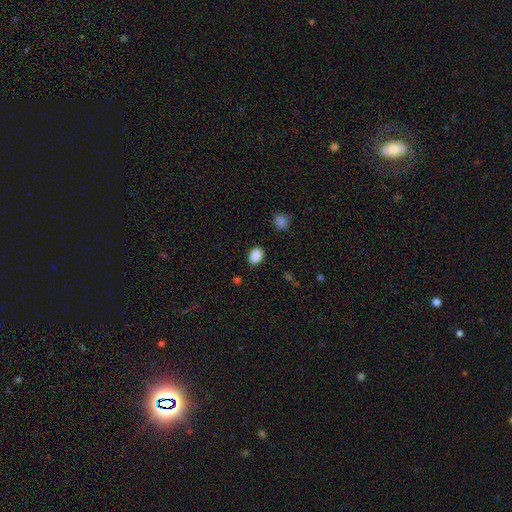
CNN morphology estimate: Smooth or featured?
  - smooth: 89% *
  - star or artifact: 8%
  - featured or disk: 3%
How rounded?
  - in between: 78% *
  - round: 21%
  - cigar-shaped: 1%
Merging?
  - none: 87% *
  - minor disturbance: 9%
  - major disturbance: 2%
  - merger: 1%